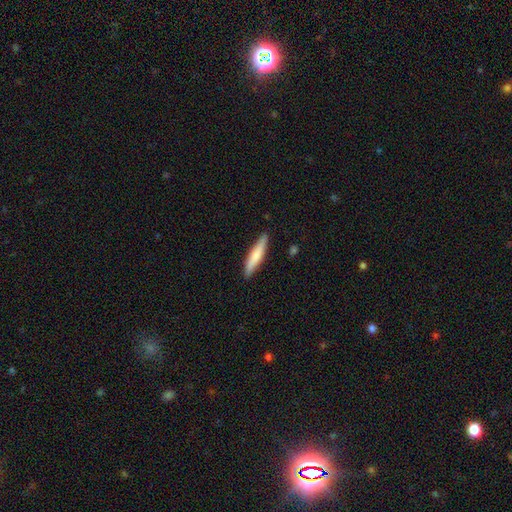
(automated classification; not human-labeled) This is likely a smooth galaxy (68%). How rounded: clearly cigar-shaped (87%). Merging: clearly none (88%).